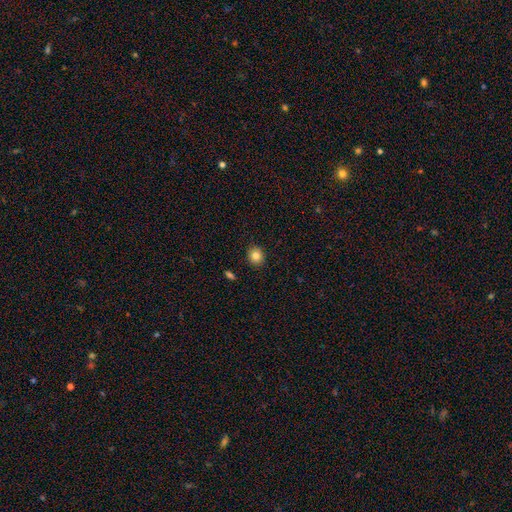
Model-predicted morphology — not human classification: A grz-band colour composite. It shows a smooth galaxy with no disk features (83%) that is round (82%). Merging: none (91%).